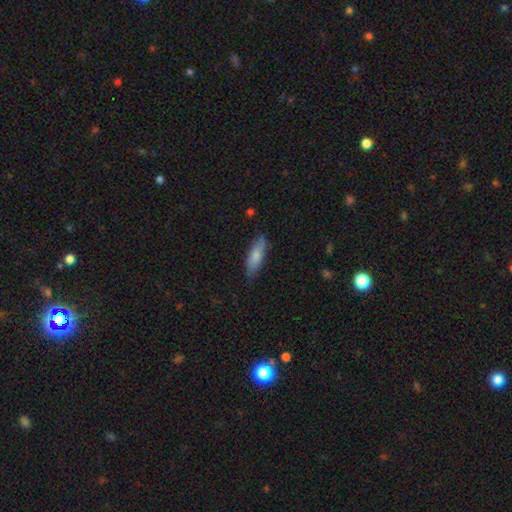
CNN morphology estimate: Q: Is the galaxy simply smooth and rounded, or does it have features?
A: smooth — 75%.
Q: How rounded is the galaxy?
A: in between — 56%.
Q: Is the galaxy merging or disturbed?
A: none — 77%.